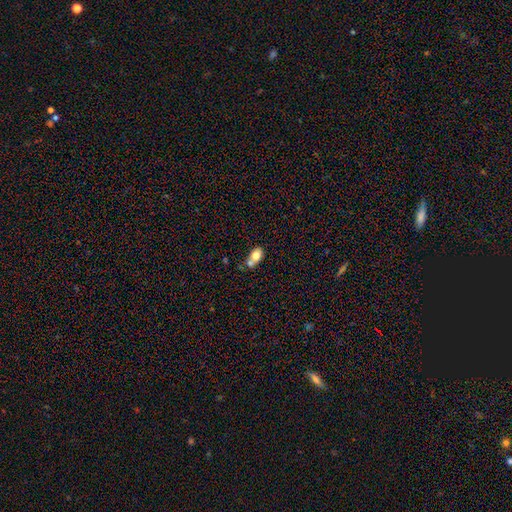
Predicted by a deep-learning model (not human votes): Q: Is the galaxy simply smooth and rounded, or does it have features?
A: smooth — 75%.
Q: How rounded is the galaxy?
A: in between — 77%.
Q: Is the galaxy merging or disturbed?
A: merger — 48%.